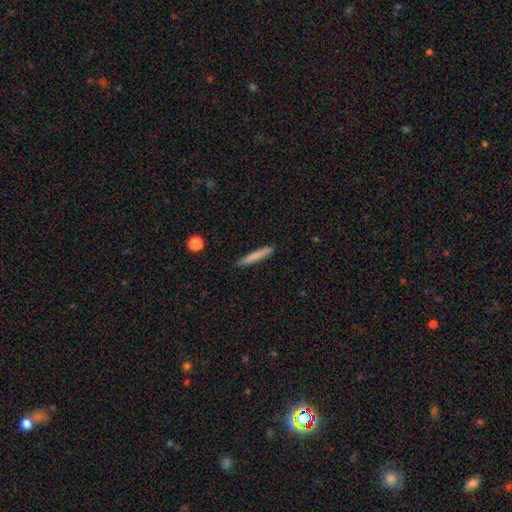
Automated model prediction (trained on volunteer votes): Overall: smooth (77%). How rounded: cigar-shaped (95%). Merging: none (89%).